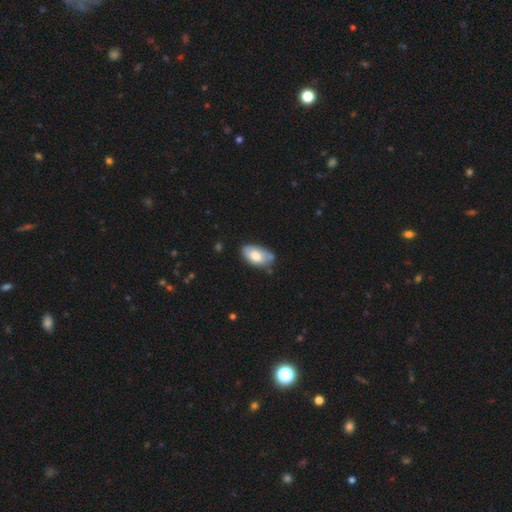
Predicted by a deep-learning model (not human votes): Overall: smooth (74%). How rounded: in between (94%). Merging: none (59%; minor disturbance 31%).